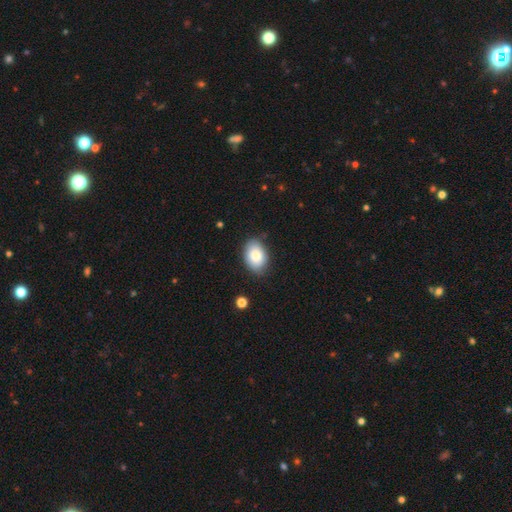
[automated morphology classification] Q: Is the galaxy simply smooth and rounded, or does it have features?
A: smooth — 81%.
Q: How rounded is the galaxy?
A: in between — 80%.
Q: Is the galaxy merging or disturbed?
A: none — 80%.